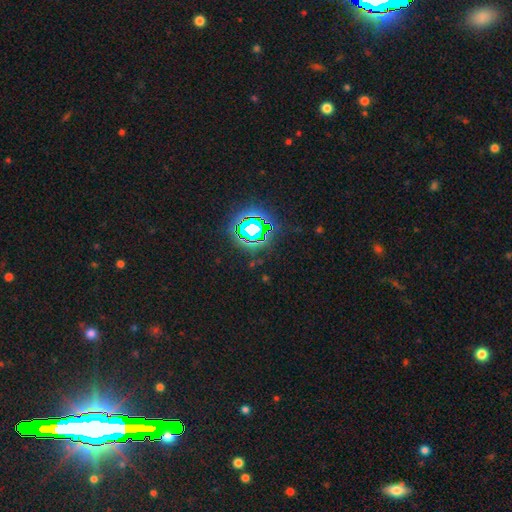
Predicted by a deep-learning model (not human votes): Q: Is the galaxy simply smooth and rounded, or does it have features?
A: star or artifact — 85%.